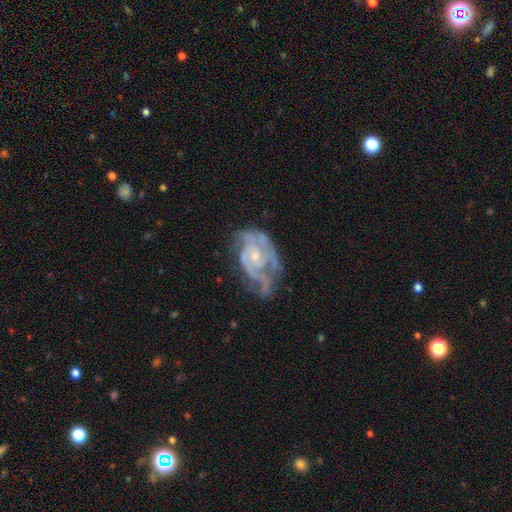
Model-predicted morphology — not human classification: Smooth or featured? Predicted: featured or disk (p=0.86). Edge-on disk? Predicted: no (p=0.97). Bar? Predicted: no (p=0.66). Spiral arms? Predicted: yes (p=0.92). Spiral winding? Predicted: tight (p=0.53). Spiral arm count? Predicted: 2 (p=0.38). Bulge size? Predicted: small (p=0.64). Merging? Predicted: none (p=0.46).